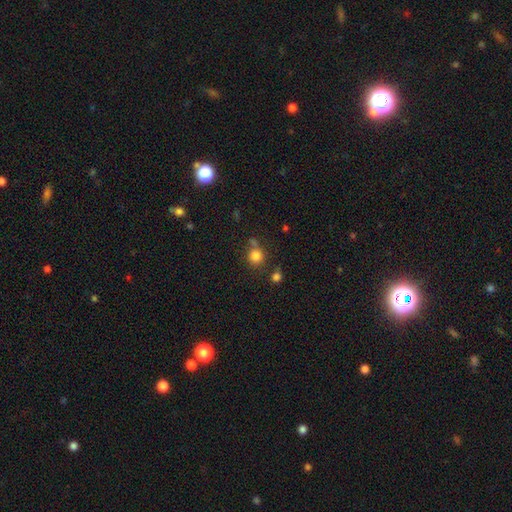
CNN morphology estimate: Smooth or featured? smooth (82%)
How rounded? round (89%)
Merging? none (65%)